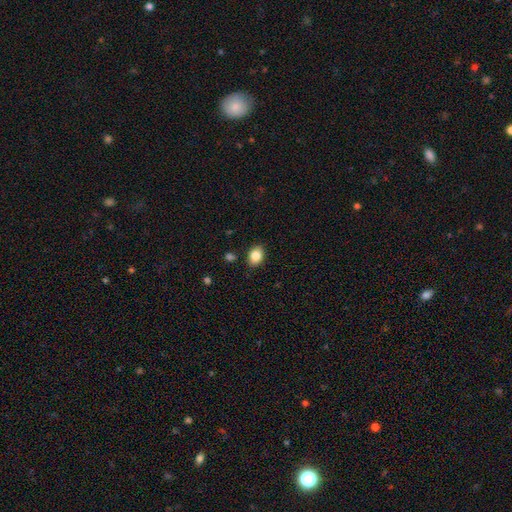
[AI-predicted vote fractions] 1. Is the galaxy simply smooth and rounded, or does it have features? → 85% smooth, 9% star or artifact, 7% featured or disk.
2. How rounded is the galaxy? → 73% in between, 26% round, 1% cigar-shaped.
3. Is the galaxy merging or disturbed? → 87% none, 9% minor disturbance, 2% major disturbance, 2% merger.